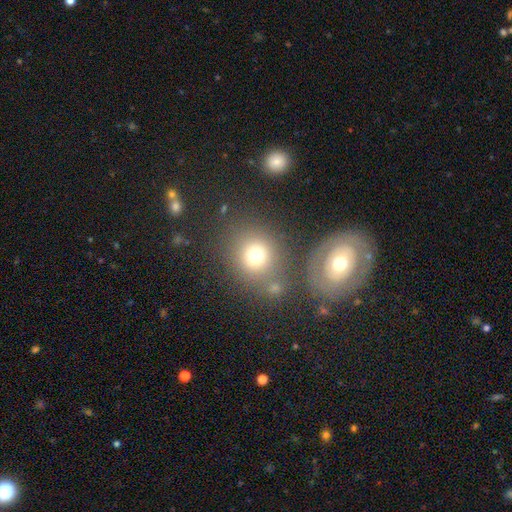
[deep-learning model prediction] smooth-or-featured: smooth: 72% | featured or disk: 15% | star or artifact: 13%
  how-rounded: round: 78% | in between: 20% | cigar-shaped: 1%
  merging: none: 65% | merger: 17% | minor disturbance: 12% | major disturbance: 7%